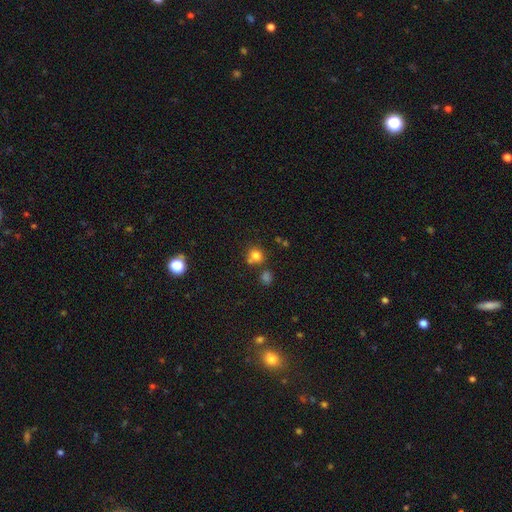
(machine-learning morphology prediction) The model was most divided on "merging": none: 60%, merger: 24%, minor disturbance: 12%, major disturbance: 4%. More confident: smooth or featured — smooth (76%); how rounded — round (73%).